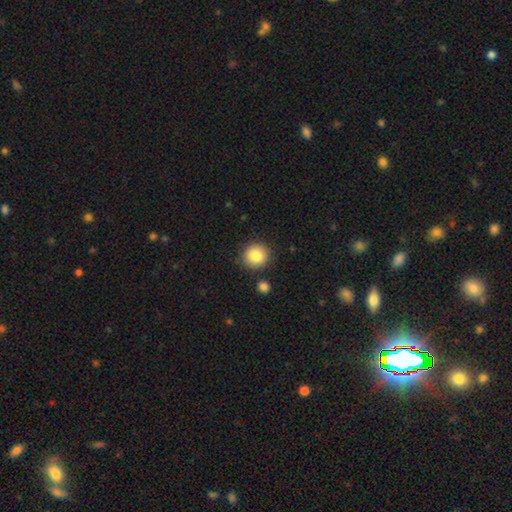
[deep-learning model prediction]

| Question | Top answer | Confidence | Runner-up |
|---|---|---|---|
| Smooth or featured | smooth | 85% | star or artifact (9%) |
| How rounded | round | 88% | in between (12%) |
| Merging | none | 86% | minor disturbance (8%) |